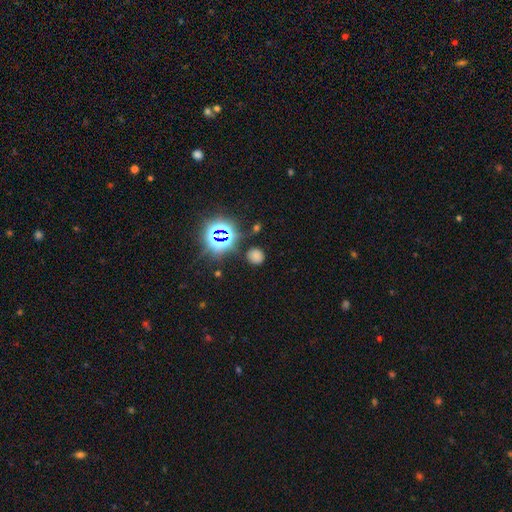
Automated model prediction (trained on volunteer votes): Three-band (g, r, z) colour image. It shows a smooth galaxy with no disk features (62%) that is round (84%). Merging: none (84%).